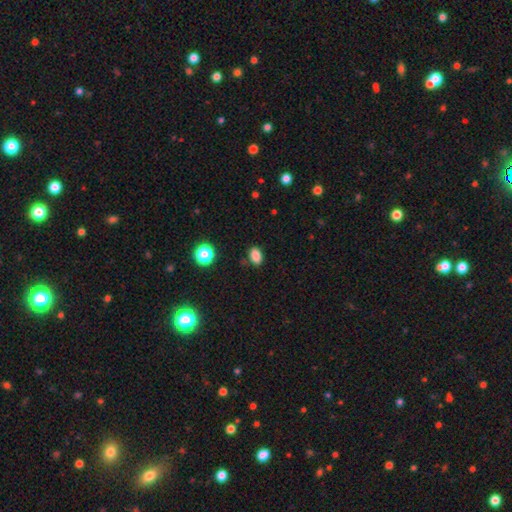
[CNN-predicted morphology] Q: Smooth or featured?
A: smooth (85%); runner-up: star or artifact (12%)
Q: How rounded?
A: in between (84%); runner-up: round (15%)
Q: Merging?
A: none (84%); runner-up: minor disturbance (12%)